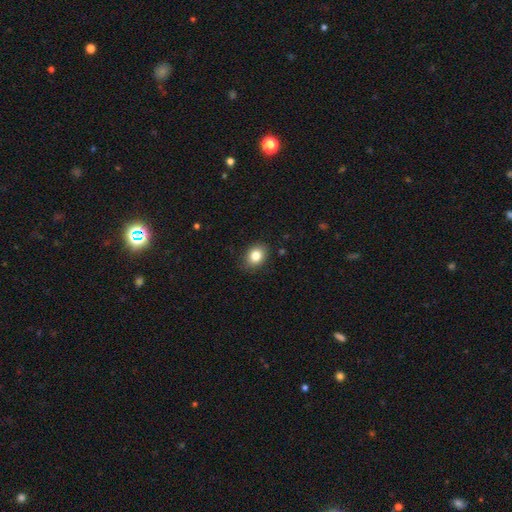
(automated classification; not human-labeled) This appears to be a smooth galaxy with no disk features (83%) that is in between round and cigar-shaped (53%). Merging: none (86%).